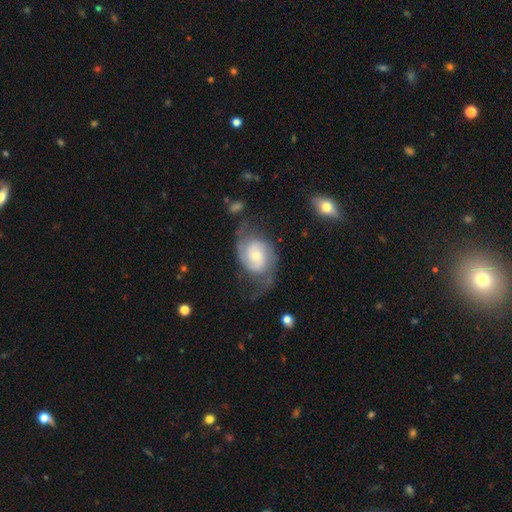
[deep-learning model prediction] This is likely a featured or disk galaxy (80%). It is clearly not viewed edge-on (97%). Bar: likely no (63%). Spiral arm pattern: clearly yes (93%). Spiral arm count: likely 2 (80%). Spiral winding: marginally medium (44%). Central bulge: possibly small (52%). Merging: possibly none (51%).